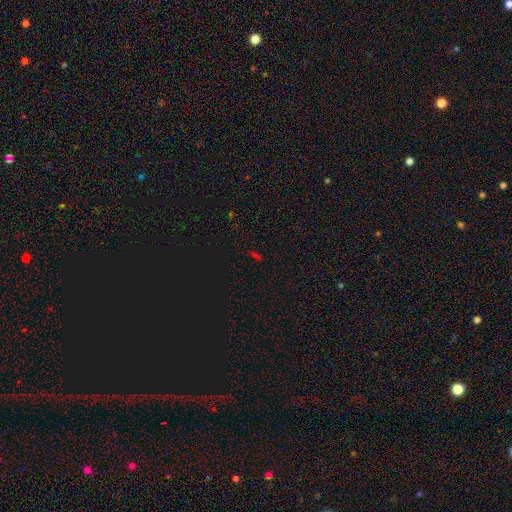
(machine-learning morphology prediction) This is likely a star or artifact rather than a galaxy (64%).